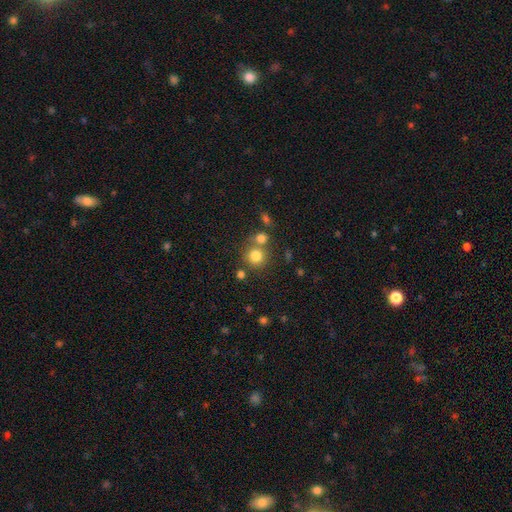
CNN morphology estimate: Q: Smooth or featured?
A: smooth (79%); runner-up: star or artifact (13%)
Q: How rounded?
A: round (90%); runner-up: in between (9%)
Q: Merging?
A: none (65%); runner-up: merger (23%)